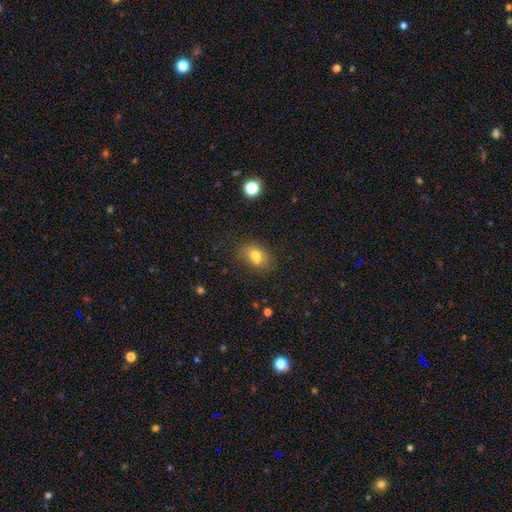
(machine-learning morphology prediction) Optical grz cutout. It shows a smooth galaxy with no disk features (75%) that is in between round and cigar-shaped (66%). Merging: none (76%).